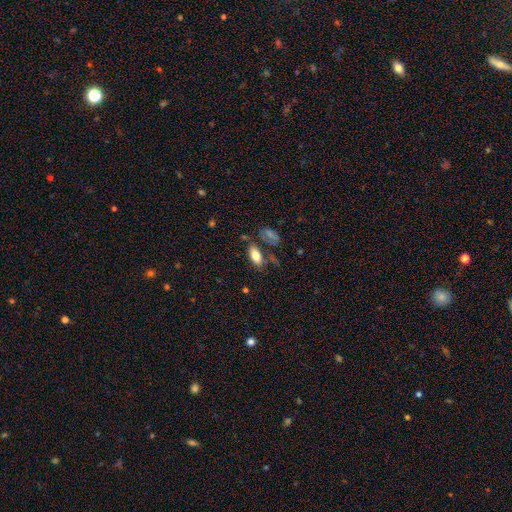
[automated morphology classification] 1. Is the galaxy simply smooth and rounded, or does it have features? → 80% smooth, 13% featured or disk, 7% star or artifact.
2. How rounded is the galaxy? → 89% in between, 8% cigar-shaped, 3% round.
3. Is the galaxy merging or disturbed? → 68% none, 16% minor disturbance, 10% merger, 6% major disturbance.